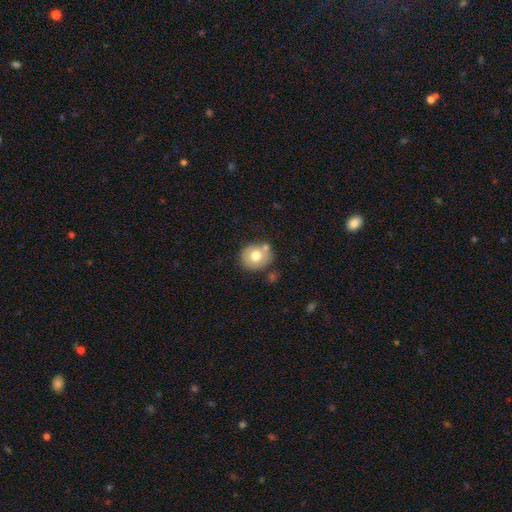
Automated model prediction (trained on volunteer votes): A smooth galaxy with no disk features (70%) that is round (80%).

Vote fractions:
- Smooth or featured? smooth: 70% / featured or disk: 21% / star or artifact: 9%
- How rounded? round: 80% / in between: 19% / cigar-shaped: 1%
- Merging? none: 63% / merger: 18% / minor disturbance: 15% / major disturbance: 4%